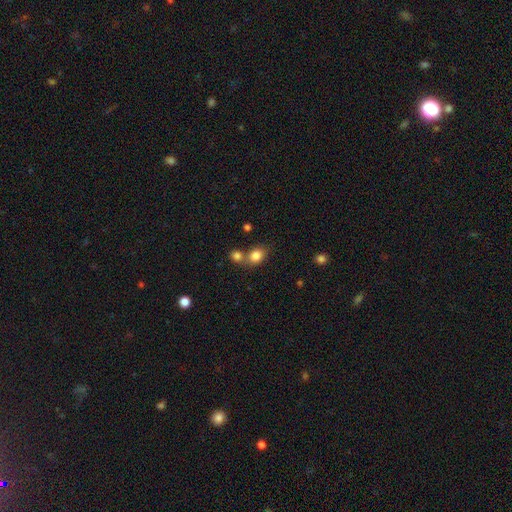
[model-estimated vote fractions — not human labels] The model was most divided on "how rounded": in between: 53%, round: 46%, cigar-shaped: 1%. Remaining: smooth or featured — smooth (83%); merging — none (48%).